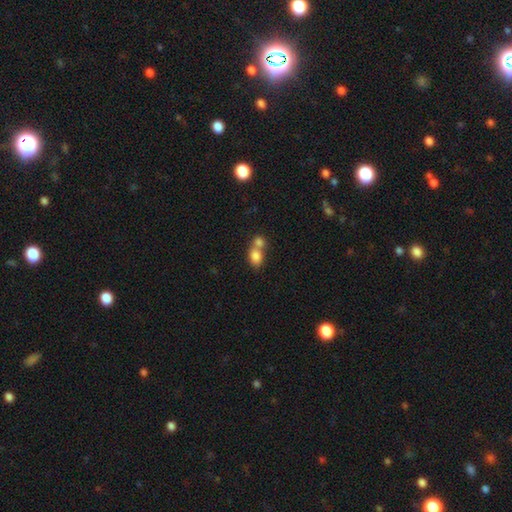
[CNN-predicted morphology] smooth_or_featured: smooth (p=0.81) [alt: featured or disk p=0.10]
how_rounded: in between (p=0.65) [alt: round p=0.33]
merging: merger (p=0.61) [alt: none p=0.29]